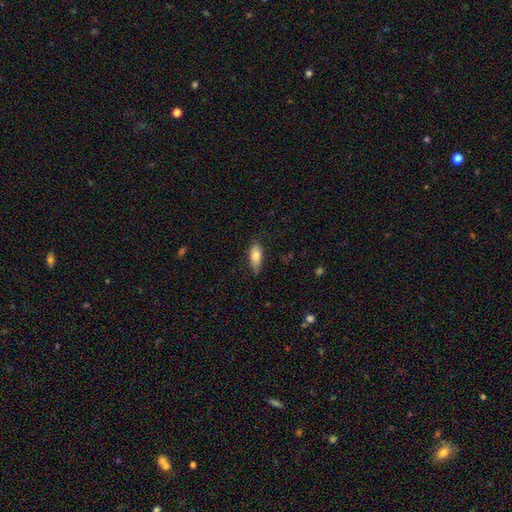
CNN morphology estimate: Smooth or featured?
  - smooth: 75% *
  - featured or disk: 18%
  - star or artifact: 7%
How rounded?
  - in between: 80% *
  - cigar-shaped: 17%
  - round: 3%
Merging?
  - none: 71% *
  - minor disturbance: 24%
  - major disturbance: 4%
  - merger: 1%